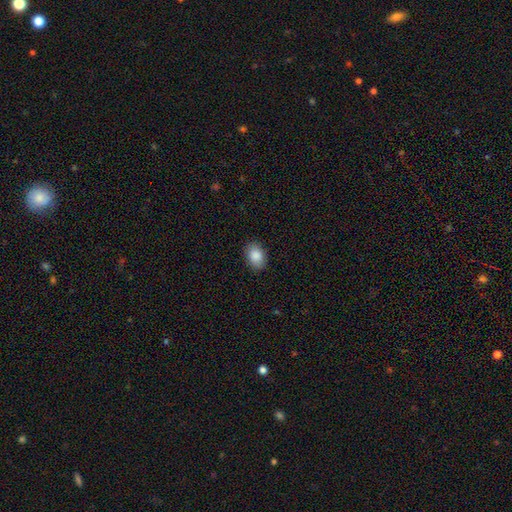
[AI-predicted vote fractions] A smooth galaxy with no disk features (88%) that is in between round and cigar-shaped (81%). Merging: none (87%).